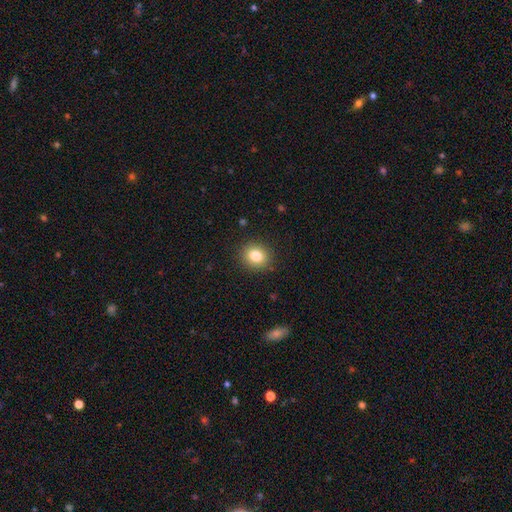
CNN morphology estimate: This appears to be a smooth galaxy with no disk features (82%) that is round (78%). Merging: none (90%).